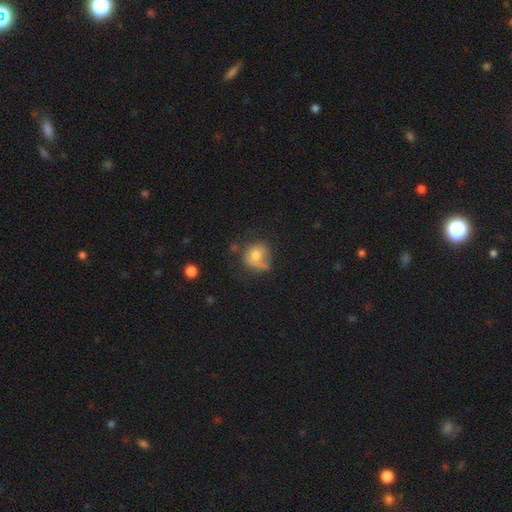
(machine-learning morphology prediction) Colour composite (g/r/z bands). It shows a smooth galaxy with no disk features (70%) that is round (79%). Merging: none (46%).